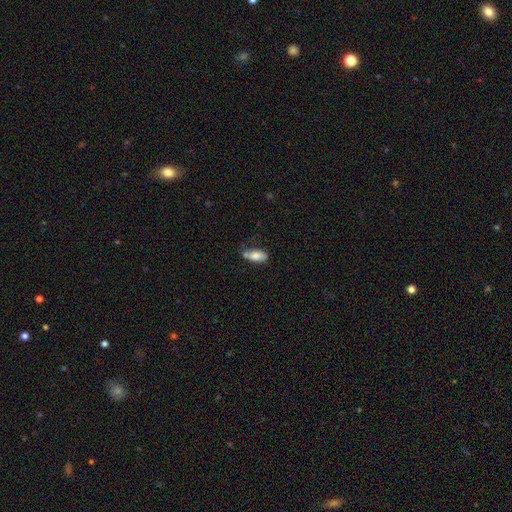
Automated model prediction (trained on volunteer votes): smooth 79%, featured or disk 14%, star or artifact 8%. Down the decision tree: how rounded — in between (87%); merging — none (47%).